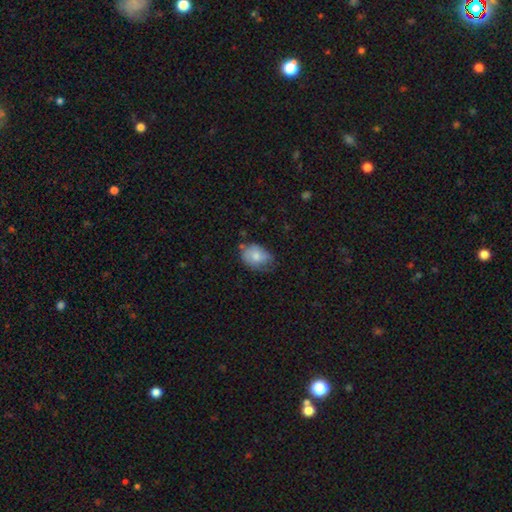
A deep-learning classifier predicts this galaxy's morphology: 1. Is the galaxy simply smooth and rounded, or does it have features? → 76% smooth, 16% featured or disk, 7% star or artifact.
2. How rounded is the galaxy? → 73% in between, 26% round, 1% cigar-shaped.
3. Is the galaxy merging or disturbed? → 49% none, 38% minor disturbance, 10% major disturbance, 3% merger.